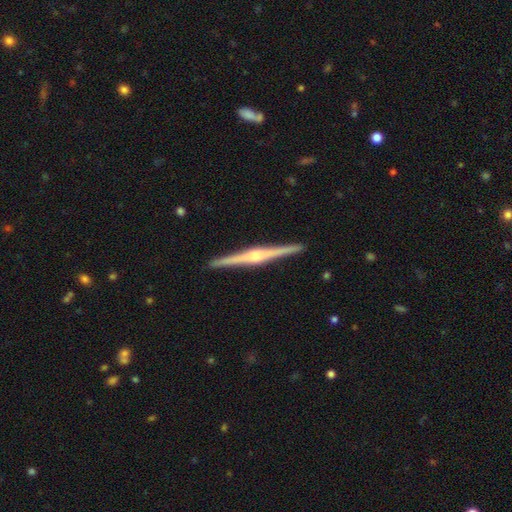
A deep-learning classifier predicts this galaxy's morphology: Overall: featured or disk (87%). Edge-on disk: yes (99%). Edge-on bulge: rounded (82%). Merging: none (93%).